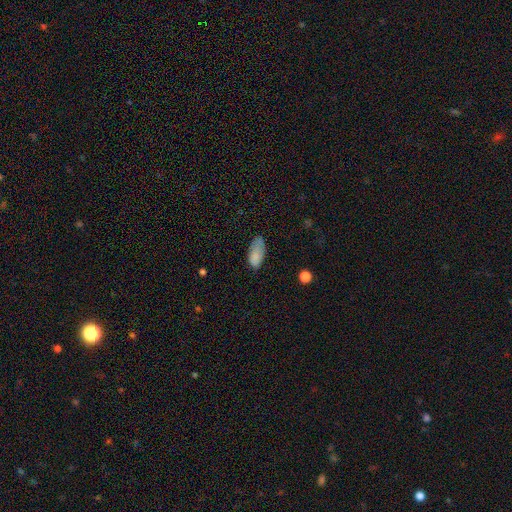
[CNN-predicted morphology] type=smooth (82%); roundness=in between (91%); merging=none (55%).